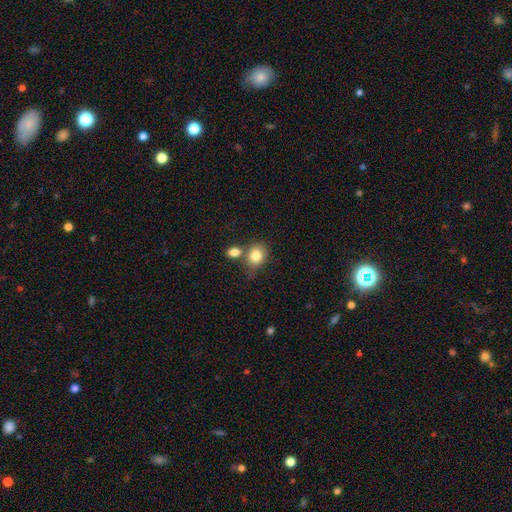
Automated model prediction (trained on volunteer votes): This appears to be a smooth galaxy with no disk features (83%) that is round (60%). Merging: none (55%).